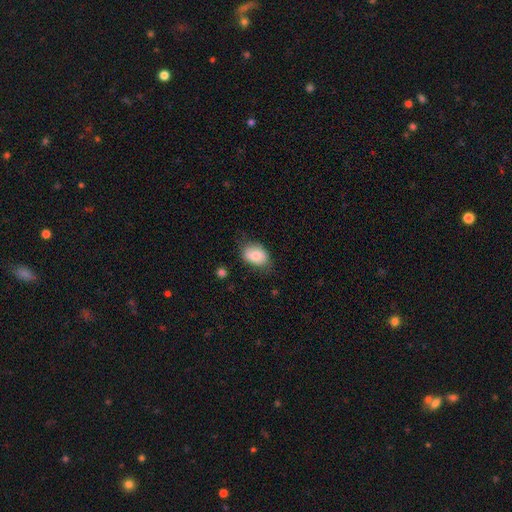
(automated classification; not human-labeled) Overall: smooth (80%). How rounded: in between (81%). Merging: none (69%).